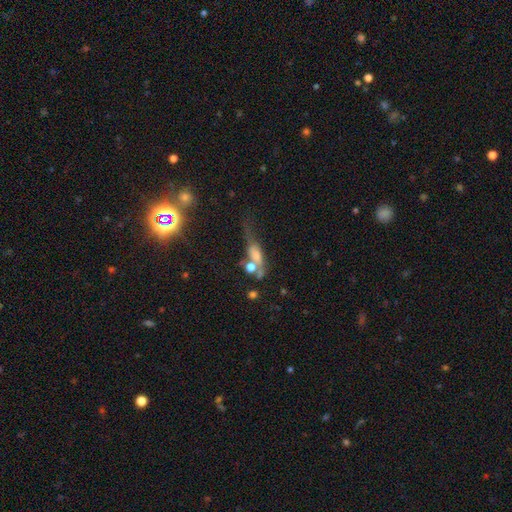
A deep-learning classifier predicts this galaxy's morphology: Smooth or featured?
  - smooth: 40% *
  - featured or disk: 39%
  - star or artifact: 21%
Merging?
  - none: 31% *
  - major disturbance: 25%
  - merger: 24%
  - minor disturbance: 21%